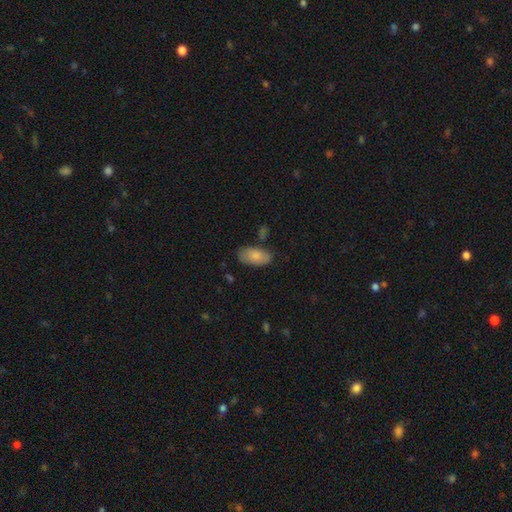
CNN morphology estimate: Smooth or featured? smooth (81%)
How rounded? in between (94%)
Merging? none (74%)